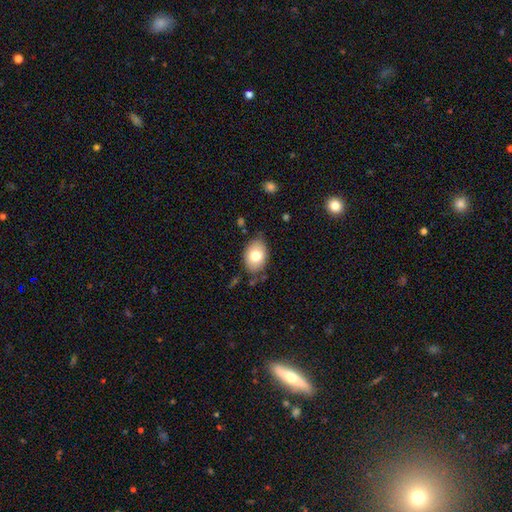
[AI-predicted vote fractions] smooth 77%, featured or disk 15%, star or artifact 8%. Down the decision tree: how rounded — in between (80%); merging — none (75%).